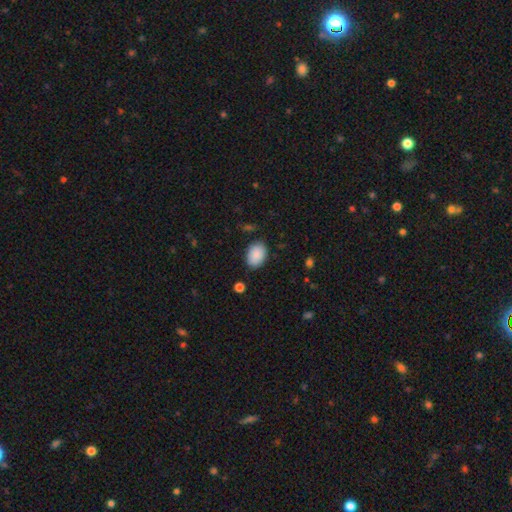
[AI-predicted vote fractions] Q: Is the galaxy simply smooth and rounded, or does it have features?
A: smooth — 90%.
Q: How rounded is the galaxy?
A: in between — 82%.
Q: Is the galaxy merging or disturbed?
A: none — 85%.